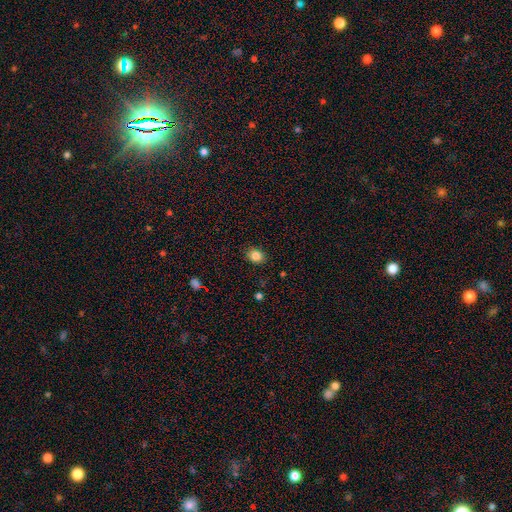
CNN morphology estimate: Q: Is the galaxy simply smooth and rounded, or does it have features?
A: smooth — 83%.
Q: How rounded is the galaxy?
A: round — 52%.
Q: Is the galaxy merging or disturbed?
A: none — 88%.